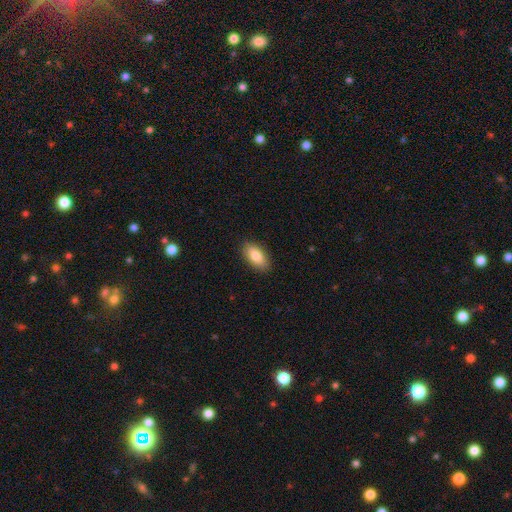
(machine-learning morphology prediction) A smooth galaxy with no disk features (86%) that is in between round and cigar-shaped (91%). Merging: none (89%).